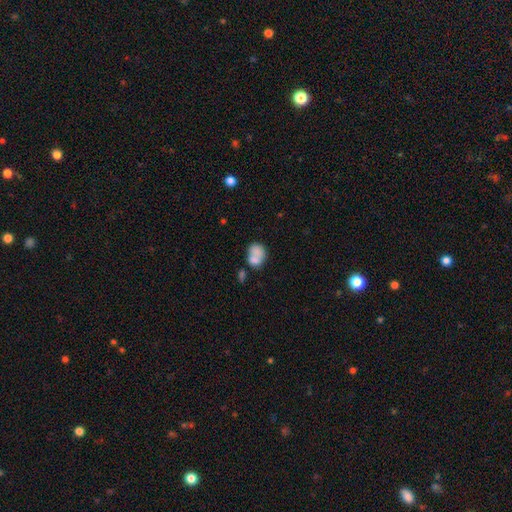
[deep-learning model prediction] The model was most divided on "how rounded": in between: 52%, round: 46%, cigar-shaped: 1%. Remaining: smooth or featured — smooth (74%); merging — merger (50%).